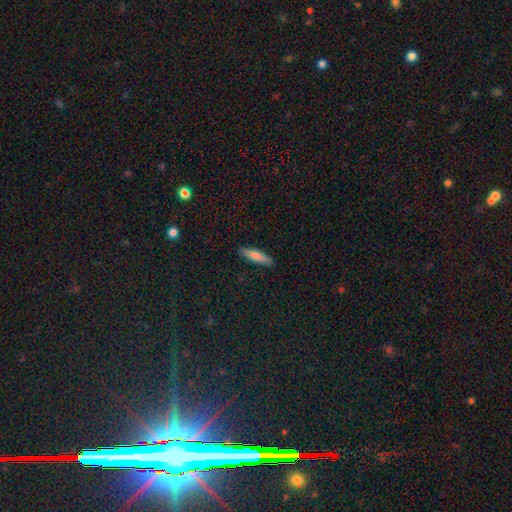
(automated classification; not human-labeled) Smooth or featured? smooth (72%)
How rounded? cigar-shaped (79%)
Merging? none (90%)